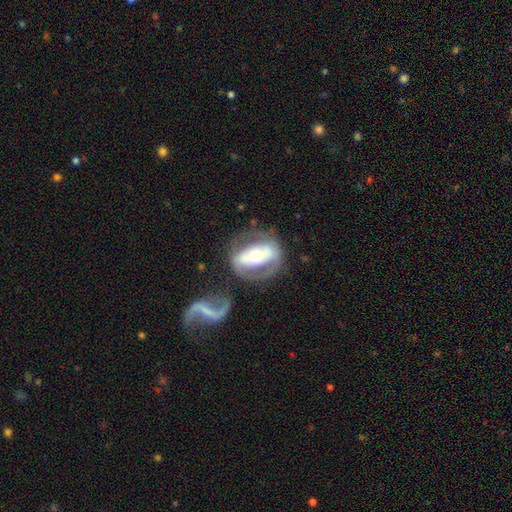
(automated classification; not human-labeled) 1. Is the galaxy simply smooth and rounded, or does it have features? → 68% featured or disk, 26% smooth, 6% star or artifact.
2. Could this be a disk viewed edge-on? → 92% no, 8% yes.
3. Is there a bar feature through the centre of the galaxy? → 47% strong, 31% no, 21% weak.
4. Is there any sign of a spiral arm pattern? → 56% no, 44% yes.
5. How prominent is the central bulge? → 68% moderate, 15% small, 14% large, 2% dominant, 1% none.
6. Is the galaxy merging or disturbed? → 58% none, 17% minor disturbance, 16% major disturbance, 8% merger.